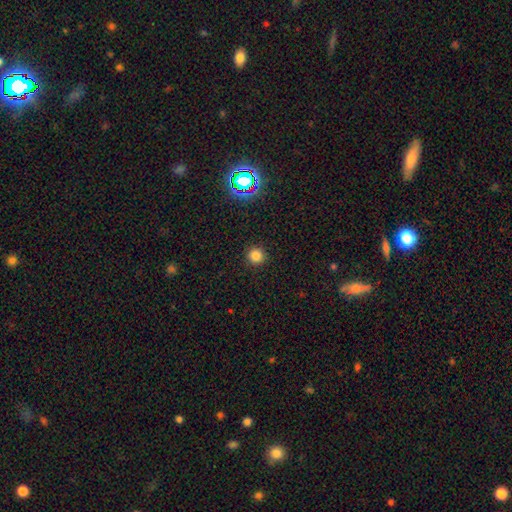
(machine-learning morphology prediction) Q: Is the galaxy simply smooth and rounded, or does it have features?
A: smooth — 80%.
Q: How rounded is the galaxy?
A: round — 95%.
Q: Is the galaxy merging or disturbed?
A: none — 92%.